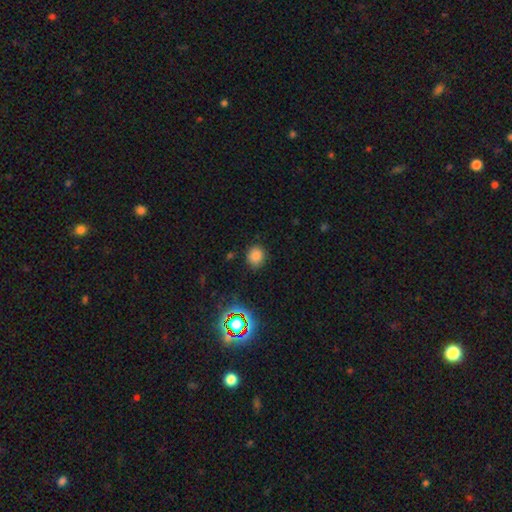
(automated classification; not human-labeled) Smooth or featured?
  - smooth: 79% *
  - star or artifact: 16%
  - featured or disk: 5%
How rounded?
  - round: 83% *
  - in between: 16%
  - cigar-shaped: 1%
Merging?
  - none: 86% *
  - minor disturbance: 10%
  - major disturbance: 3%
  - merger: 2%